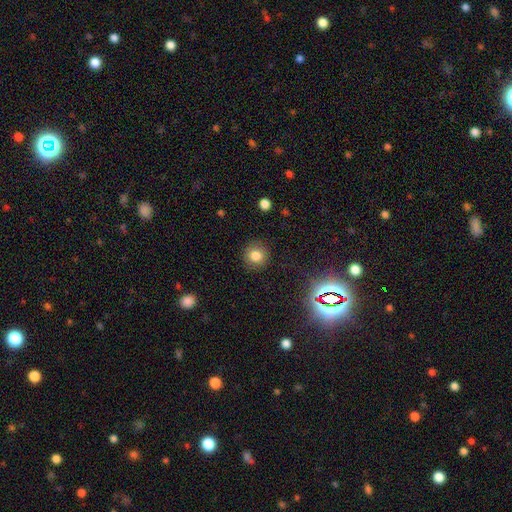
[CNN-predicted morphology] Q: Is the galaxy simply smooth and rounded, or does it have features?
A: smooth — 79%.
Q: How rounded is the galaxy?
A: round — 91%.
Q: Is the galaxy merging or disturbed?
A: none — 88%.